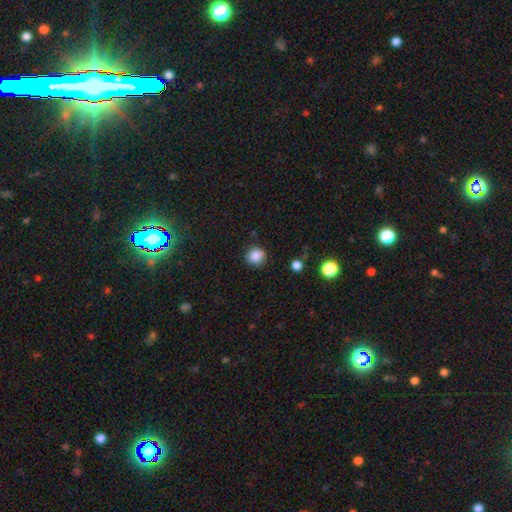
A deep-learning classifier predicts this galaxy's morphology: This appears to be a smooth galaxy with no disk features (86%) that is round (89%). Merging: none (85%).